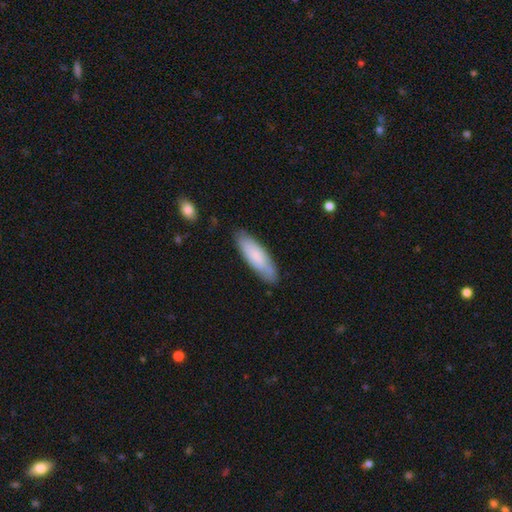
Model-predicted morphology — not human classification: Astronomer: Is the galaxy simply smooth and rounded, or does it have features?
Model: smooth — 75%.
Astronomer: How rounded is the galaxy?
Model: cigar-shaped — 52% (runner-up: in between, 46%).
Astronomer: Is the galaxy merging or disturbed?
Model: none — 81%.